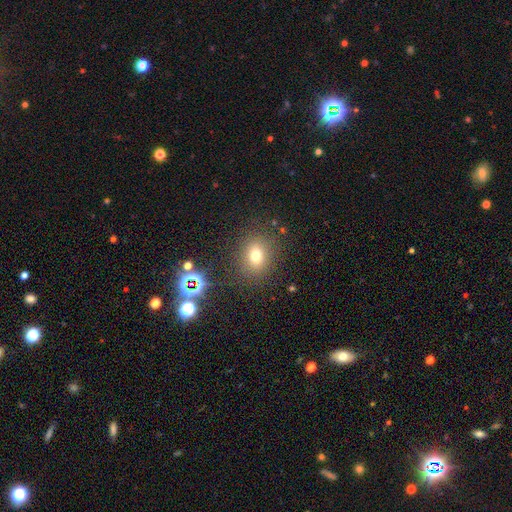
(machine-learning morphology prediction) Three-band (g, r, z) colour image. It shows a smooth galaxy with no disk features (71%) that is round (54%). Merging: none (83%).